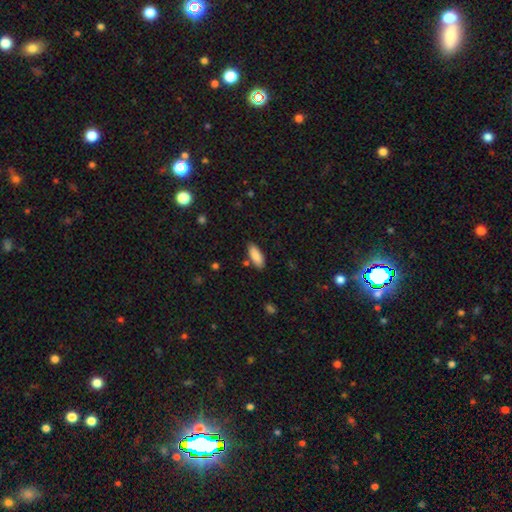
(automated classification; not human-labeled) A smooth galaxy with no disk features (88%) that is in between round and cigar-shaped (75%).

Vote fractions:
- Smooth or featured? smooth: 88% / star or artifact: 7% / featured or disk: 5%
- How rounded? in between: 75% / cigar-shaped: 23% / round: 2%
- Merging? none: 82% / minor disturbance: 12% / merger: 4% / major disturbance: 3%